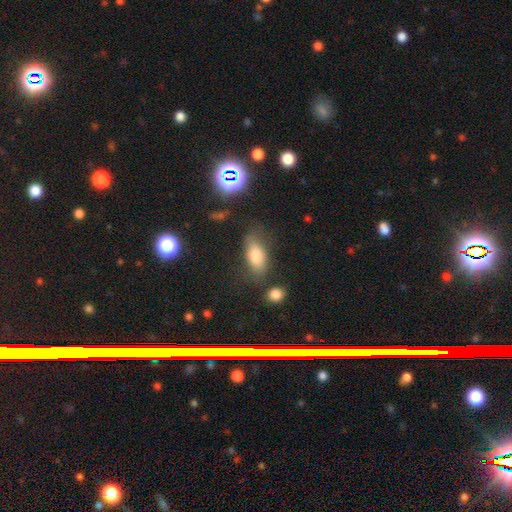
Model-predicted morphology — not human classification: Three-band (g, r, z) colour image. It shows a smooth galaxy with no disk features (76%) that is in between round and cigar-shaped (86%). Merging: none (61%).